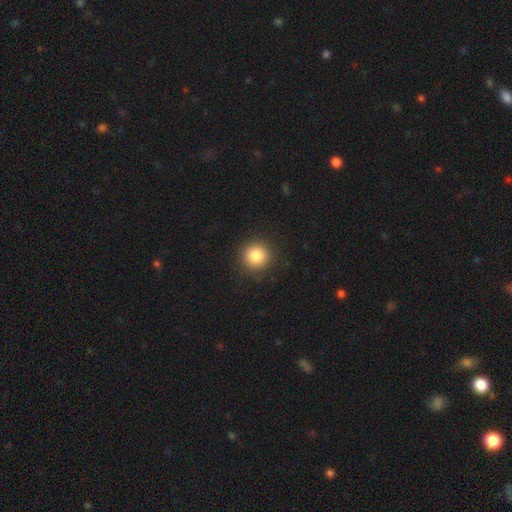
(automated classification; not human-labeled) Smooth or featured? smooth (84%)
How rounded? round (93%)
Merging? none (90%)